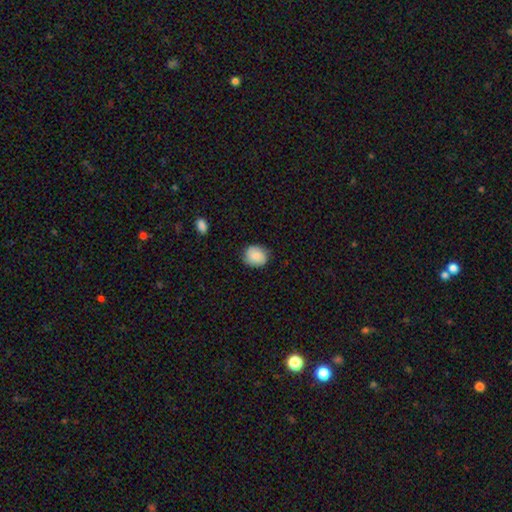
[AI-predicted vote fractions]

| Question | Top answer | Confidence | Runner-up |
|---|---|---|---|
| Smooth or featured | smooth | 83% | featured or disk (10%) |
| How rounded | round | 72% | in between (27%) |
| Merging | none | 82% | minor disturbance (14%) |